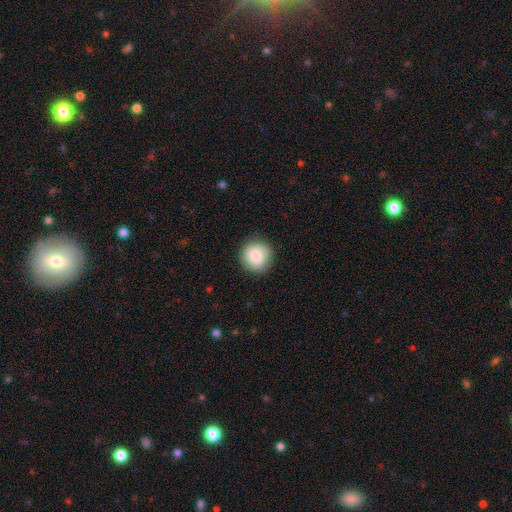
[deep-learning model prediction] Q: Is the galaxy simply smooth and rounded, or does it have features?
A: smooth — 83%.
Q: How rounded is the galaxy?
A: round — 93%.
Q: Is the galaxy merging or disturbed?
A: none — 88%.